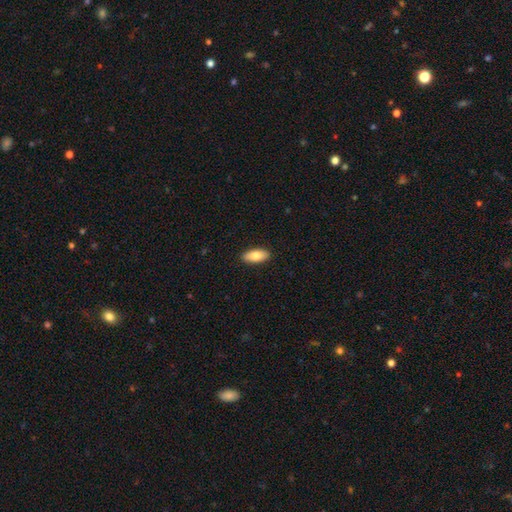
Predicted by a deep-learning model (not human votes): smooth_or_featured: smooth (p=0.83) [alt: featured or disk p=0.11]
how_rounded: in between (p=0.86) [alt: cigar-shaped p=0.12]
merging: none (p=0.91) [alt: minor disturbance p=0.07]